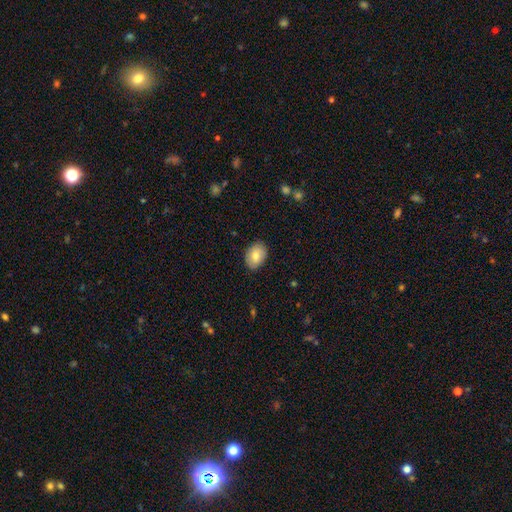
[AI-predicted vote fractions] Smooth or featured? Predicted: smooth (p=0.80). How rounded? Predicted: in between (p=0.80). Merging? Predicted: none (p=0.87).